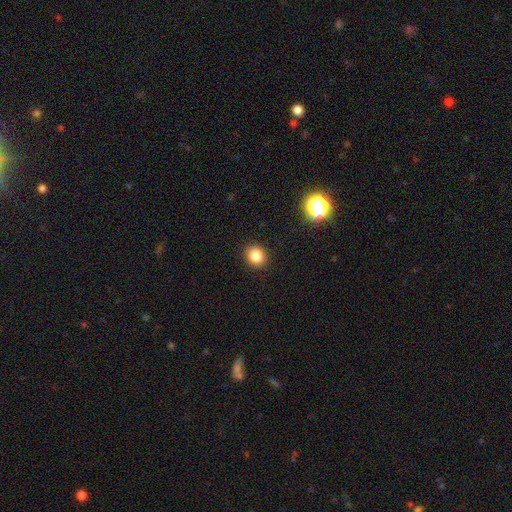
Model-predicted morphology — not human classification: Smooth or featured: smooth — 84% (star or artifact — 12%)
How rounded: round — 77% (in between — 22%)
Merging: none — 91% (minor disturbance — 6%)